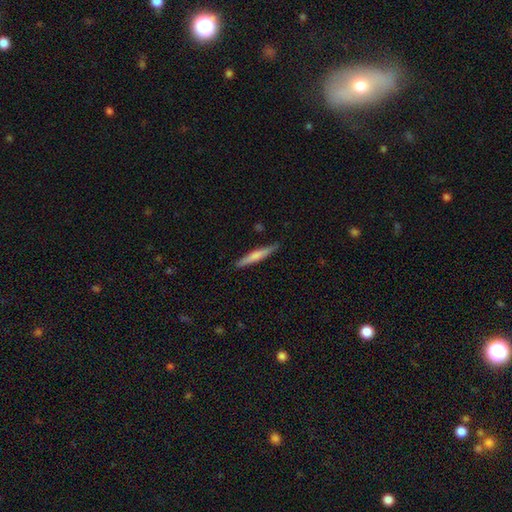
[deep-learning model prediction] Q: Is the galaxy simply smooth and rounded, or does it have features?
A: smooth — 62%.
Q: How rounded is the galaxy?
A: cigar-shaped — 93%.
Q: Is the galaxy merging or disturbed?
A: none — 86%.